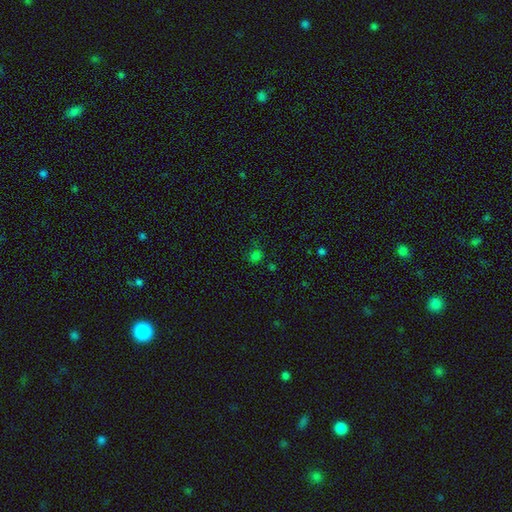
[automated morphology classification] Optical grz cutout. It shows a smooth galaxy with no disk features (64%) that is round (71%). Merging: none (69%).